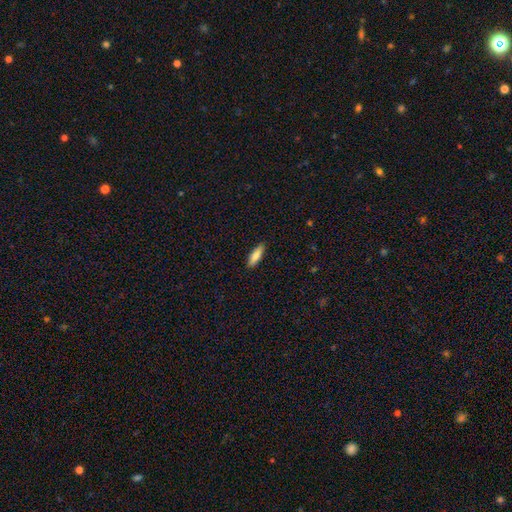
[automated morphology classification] Smooth or featured? Predicted: smooth (p=0.82). How rounded? Predicted: in between (p=0.51). Merging? Predicted: none (p=0.89).